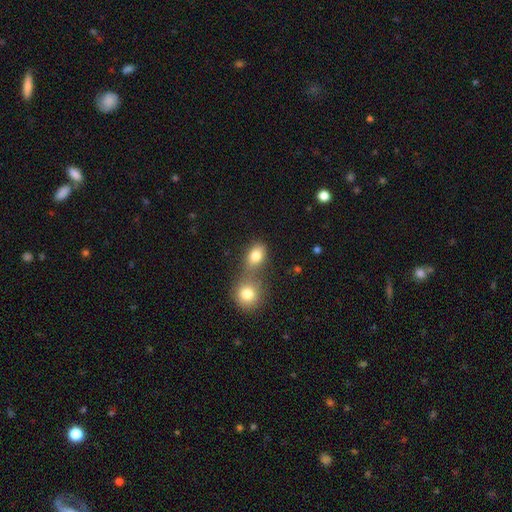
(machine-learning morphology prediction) Q: Smooth or featured?
A: smooth (80%); runner-up: star or artifact (11%)
Q: How rounded?
A: in between (55%); runner-up: round (43%)
Q: Merging?
A: merger (54%); runner-up: none (33%)